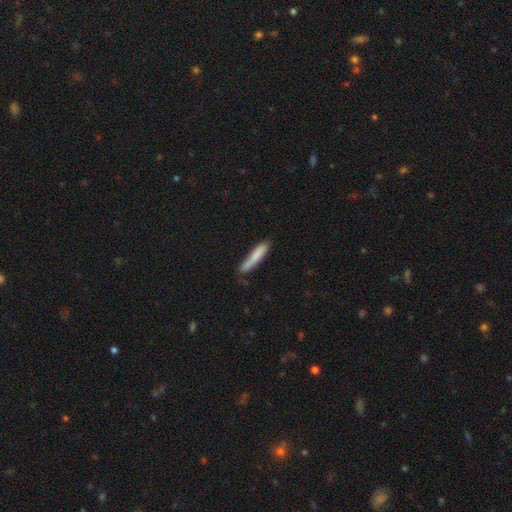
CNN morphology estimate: A smooth galaxy with no disk features (79%) that is cigar-shaped (91%).

Vote fractions:
- Smooth or featured? smooth: 79% / featured or disk: 16% / star or artifact: 6%
- How rounded? cigar-shaped: 91% / in between: 7% / round: 1%
- Merging? none: 69% / minor disturbance: 23% / major disturbance: 4% / merger: 4%